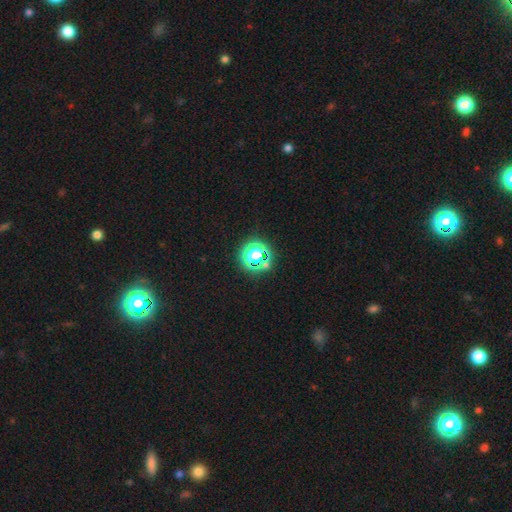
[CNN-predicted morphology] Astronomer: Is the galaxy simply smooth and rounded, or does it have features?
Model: star or artifact — 53% (runner-up: smooth, 36%).